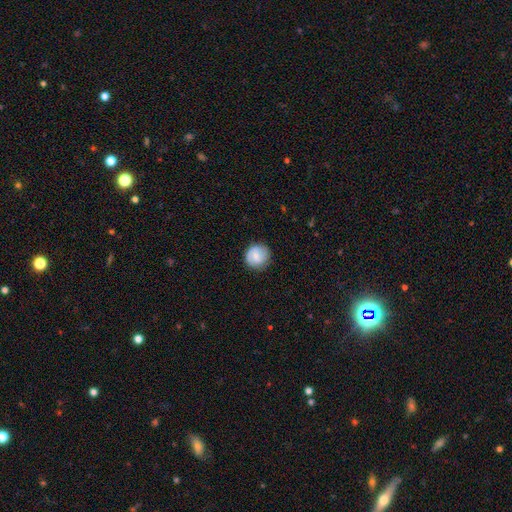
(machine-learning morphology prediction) The model was most divided on "smooth or featured": smooth: 68%, featured or disk: 25%, star or artifact: 7%. More confident: how rounded — round (91%); merging — none (83%).